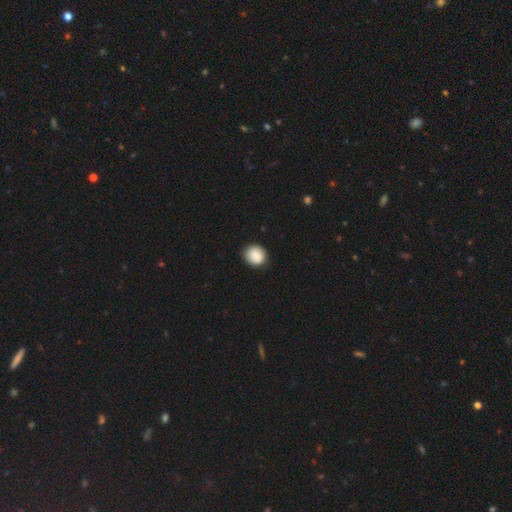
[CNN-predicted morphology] smooth_or_featured: smooth (p=0.86) [alt: star or artifact p=0.07]
how_rounded: round (p=0.85) [alt: in between p=0.14]
merging: none (p=0.87) [alt: minor disturbance p=0.10]